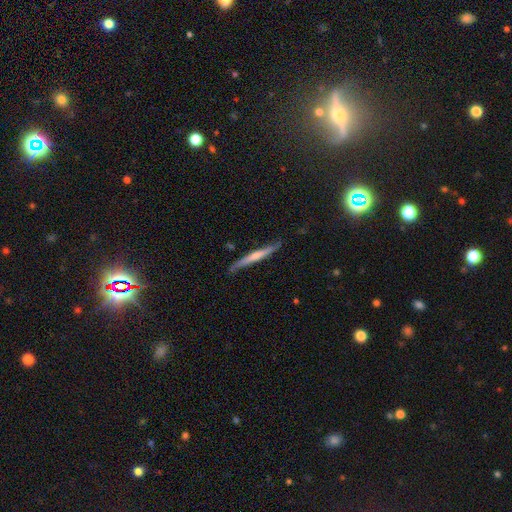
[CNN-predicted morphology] A featured or disk galaxy (66%) viewed edge-on (95%) with a rounded central bulge (56%). Merging: none (85%).